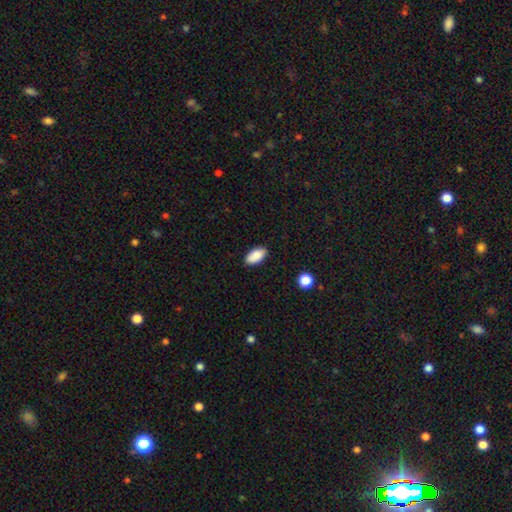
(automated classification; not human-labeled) smooth-or-featured: smooth: 88% | star or artifact: 7% | featured or disk: 5%
  how-rounded: in between: 94% | cigar-shaped: 4% | round: 3%
  merging: none: 86% | minor disturbance: 10% | major disturbance: 2% | merger: 1%